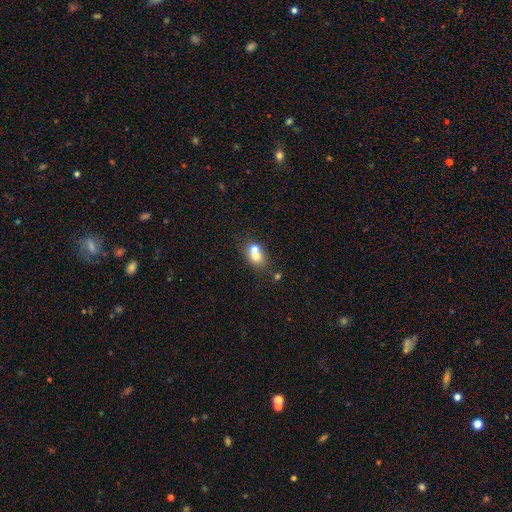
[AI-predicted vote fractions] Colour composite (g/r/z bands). It shows a smooth galaxy with no disk features (67%) that is round (54%). Merging: merger (57%).